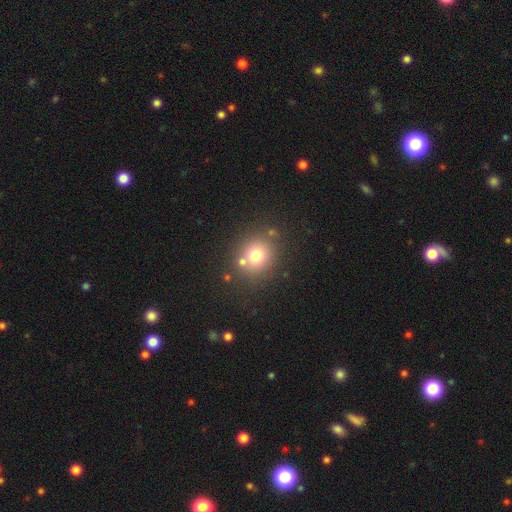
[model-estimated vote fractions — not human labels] smooth_or_featured: smooth (p=0.73) [alt: star or artifact p=0.15]
how_rounded: round (p=0.81) [alt: in between p=0.18]
merging: none (p=0.73) [alt: merger p=0.13]